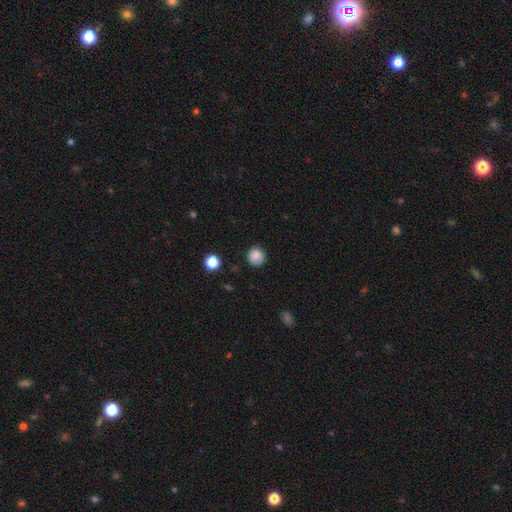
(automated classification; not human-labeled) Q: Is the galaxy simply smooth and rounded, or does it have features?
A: smooth — 86%.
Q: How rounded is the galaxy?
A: round — 91%.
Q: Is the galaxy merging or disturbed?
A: none — 85%.